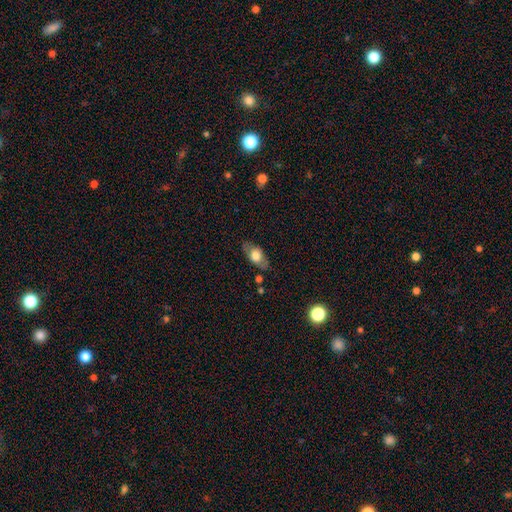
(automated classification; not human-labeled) The model was most divided on "smooth or featured": smooth: 61%, featured or disk: 32%, star or artifact: 7%. More confident: how rounded — in between (85%); merging — none (78%).